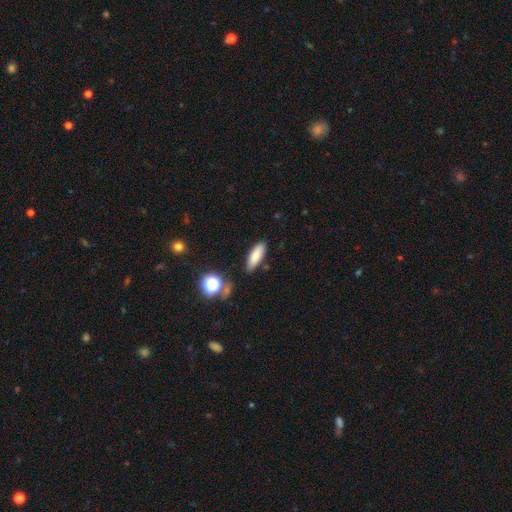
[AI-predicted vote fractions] Q: Smooth or featured?
A: smooth (80%); runner-up: featured or disk (11%)
Q: How rounded?
A: in between (61%); runner-up: cigar-shaped (36%)
Q: Merging?
A: none (81%); runner-up: minor disturbance (12%)